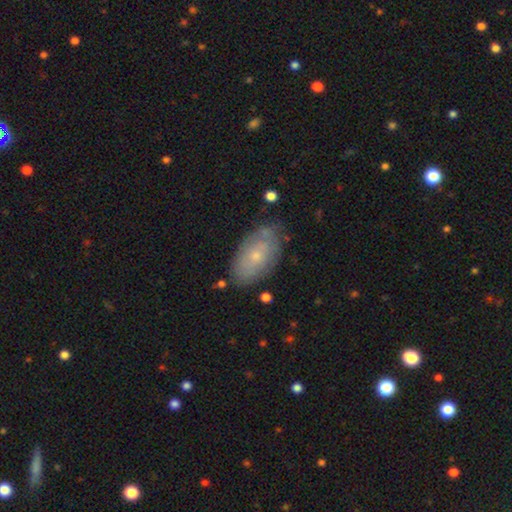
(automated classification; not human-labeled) Smooth or featured? smooth (50%)
How rounded? in between (93%)
Merging? none (72%)